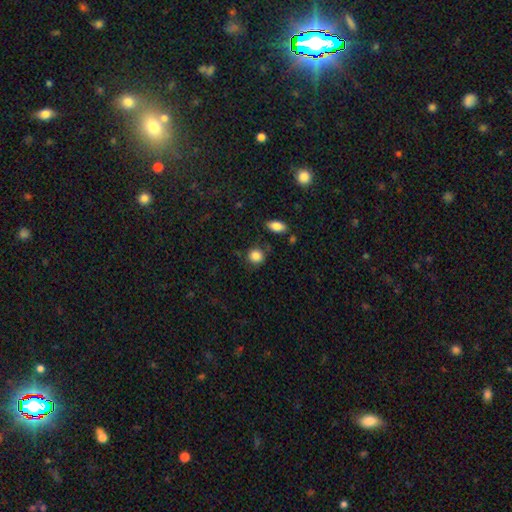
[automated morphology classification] A smooth galaxy with no disk features (86%) that is round (84%).

Vote fractions:
- Smooth or featured? smooth: 86% / star or artifact: 9% / featured or disk: 5%
- How rounded? round: 84% / in between: 15% / cigar-shaped: 1%
- Merging? none: 78% / minor disturbance: 14% / major disturbance: 4% / merger: 4%